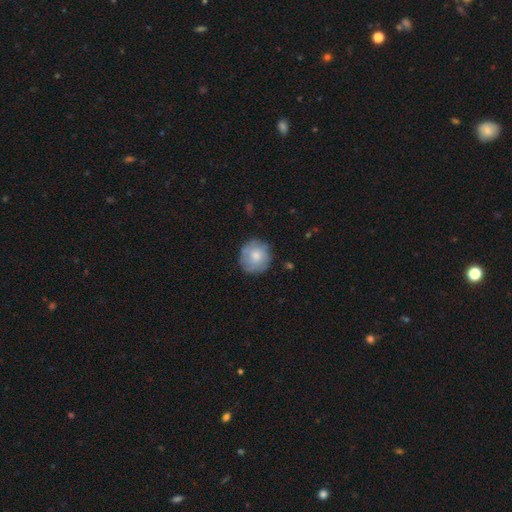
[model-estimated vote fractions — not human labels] A smooth galaxy with no disk features (68%) that is round (90%). Merging: none (79%).